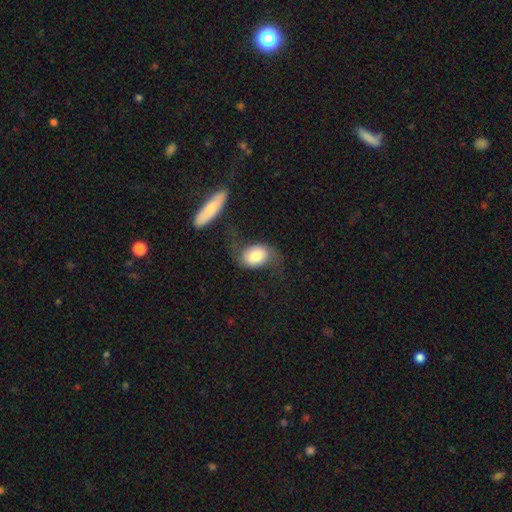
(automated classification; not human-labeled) smooth-or-featured: smooth: 68% | featured or disk: 25% | star or artifact: 7%
  how-rounded: in between: 76% | round: 22% | cigar-shaped: 2%
  merging: none: 45% | minor disturbance: 24% | major disturbance: 20% | merger: 12%